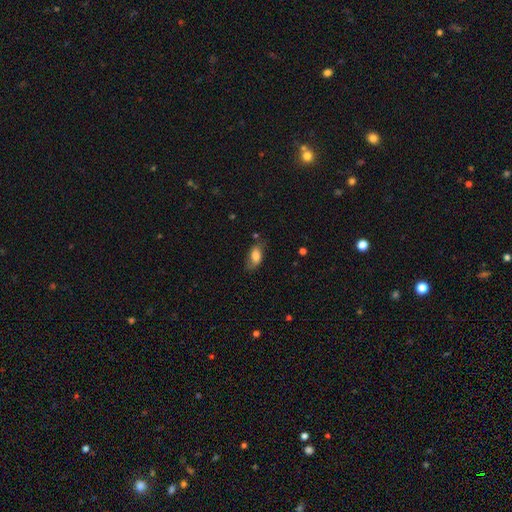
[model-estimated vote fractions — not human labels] smooth-or-featured: smooth: 75% | featured or disk: 17% | star or artifact: 8%
  how-rounded: in between: 88% | cigar-shaped: 6% | round: 5%
  merging: none: 60% | minor disturbance: 28% | major disturbance: 10% | merger: 3%